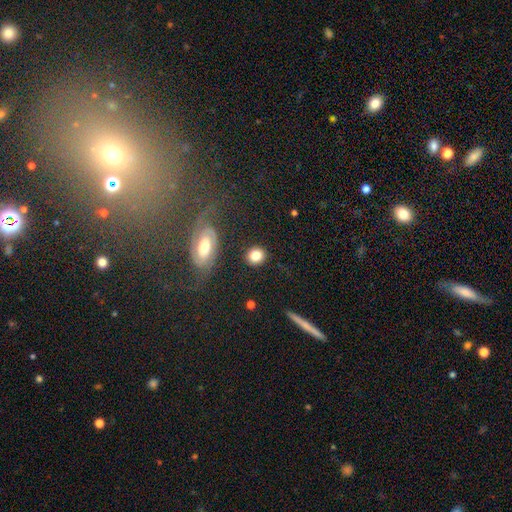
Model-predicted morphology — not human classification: smooth 81%, featured or disk 11%, star or artifact 8%. Down the decision tree: how rounded — round (75%); merging — none (84%).